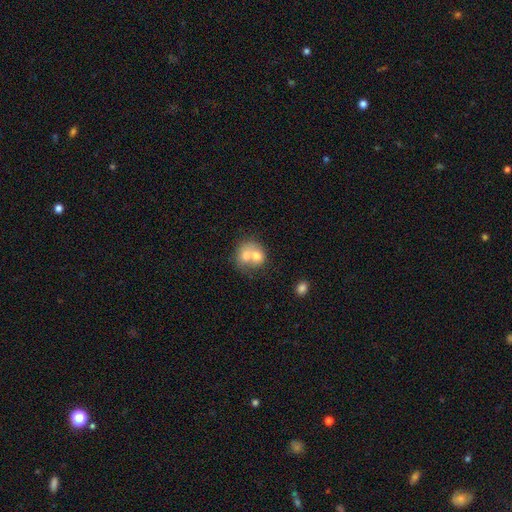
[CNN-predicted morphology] smooth-or-featured: smooth: 66% | featured or disk: 26% | star or artifact: 8%
  how-rounded: round: 69% | in between: 31% | cigar-shaped: 1%
  merging: merger: 70% | none: 21% | minor disturbance: 6% | major disturbance: 3%